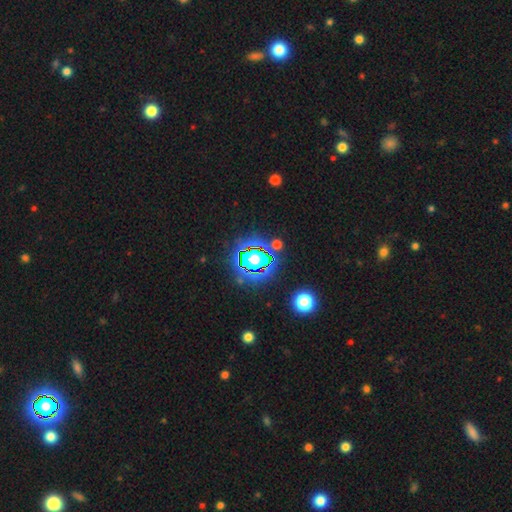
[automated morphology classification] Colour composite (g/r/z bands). It shows a star or artifact, not a galaxy (74%).